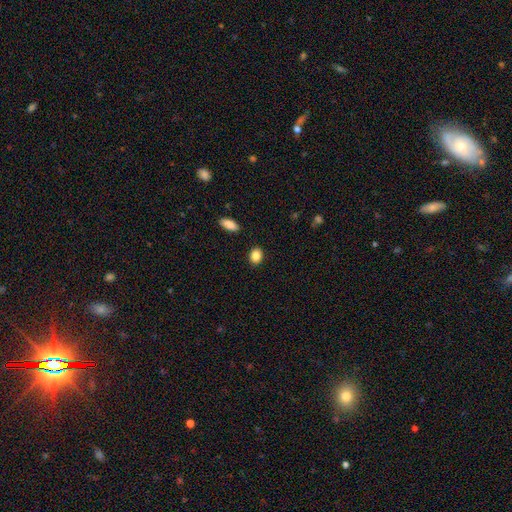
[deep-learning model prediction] Smooth or featured? smooth (86%)
How rounded? in between (62%)
Merging? none (89%)